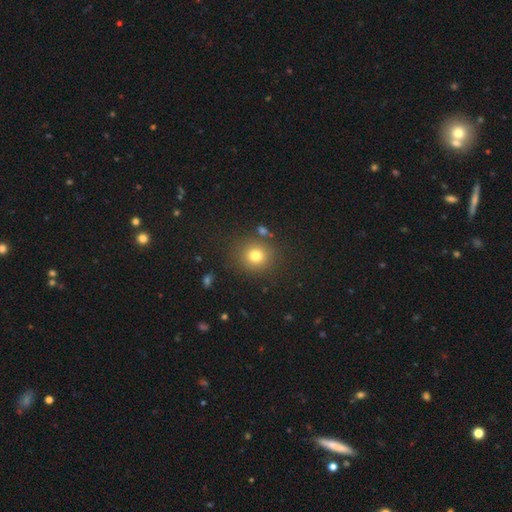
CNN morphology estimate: This appears to be a smooth galaxy with no disk features (77%) that is round (87%). Merging: none (83%).